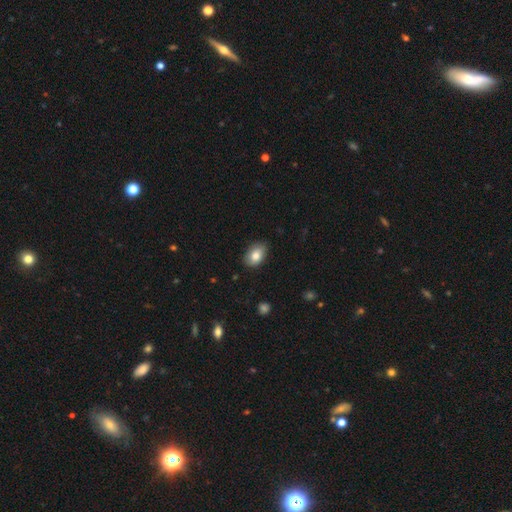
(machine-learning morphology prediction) A smooth galaxy with no disk features (82%) that is in between round and cigar-shaped (87%).

Vote fractions:
- Smooth or featured? smooth: 82% / featured or disk: 10% / star or artifact: 7%
- How rounded? in between: 87% / round: 12% / cigar-shaped: 1%
- Merging? none: 83% / minor disturbance: 14% / major disturbance: 2% / merger: 1%